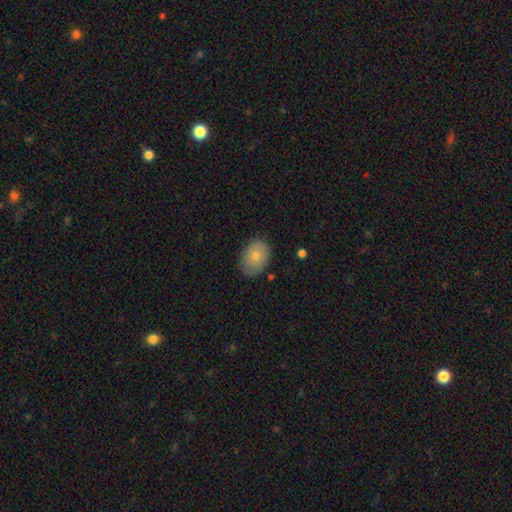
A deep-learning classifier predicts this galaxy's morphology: The model was most divided on "how rounded": in between: 74%, round: 25%, cigar-shaped: 1%. More confident: merging — none (78%); smooth or featured — smooth (76%).